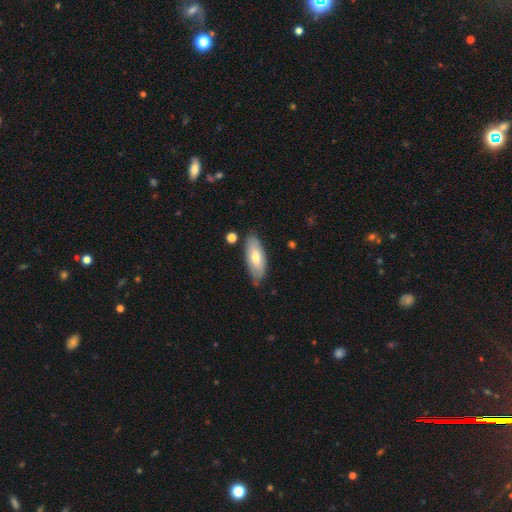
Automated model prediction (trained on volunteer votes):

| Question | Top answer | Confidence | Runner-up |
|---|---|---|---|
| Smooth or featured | smooth | 65% | featured or disk (29%) |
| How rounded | in between | 82% | cigar-shaped (15%) |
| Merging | none | 76% | minor disturbance (19%) |